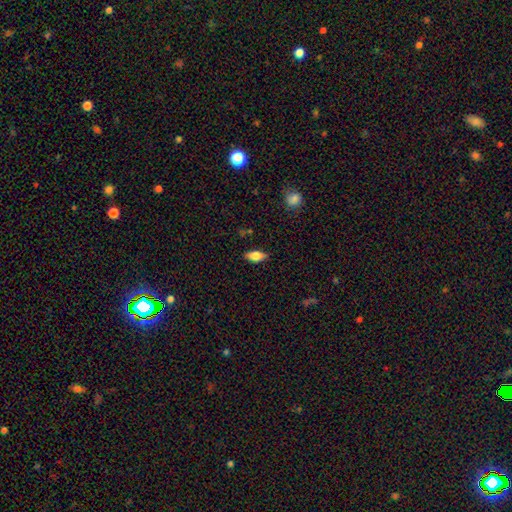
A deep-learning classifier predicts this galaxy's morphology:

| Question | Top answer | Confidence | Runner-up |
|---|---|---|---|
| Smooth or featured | smooth | 70% | featured or disk (22%) |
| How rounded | in between | 83% | cigar-shaped (13%) |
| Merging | none | 85% | minor disturbance (11%) |